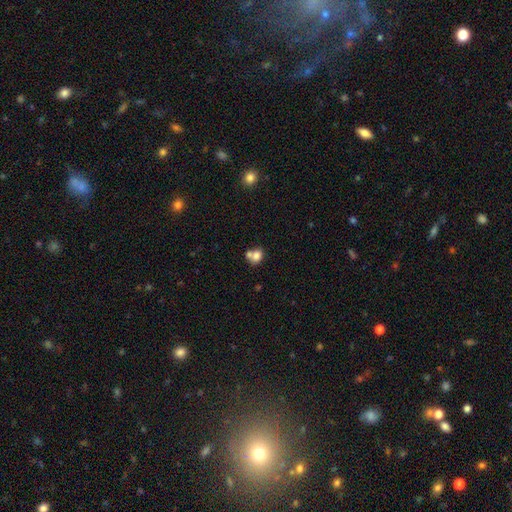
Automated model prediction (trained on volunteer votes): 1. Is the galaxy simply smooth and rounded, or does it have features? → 76% smooth, 14% featured or disk, 10% star or artifact.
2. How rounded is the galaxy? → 51% in between, 48% round, 1% cigar-shaped.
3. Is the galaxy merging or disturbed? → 51% merger, 35% none, 10% minor disturbance, 4% major disturbance.